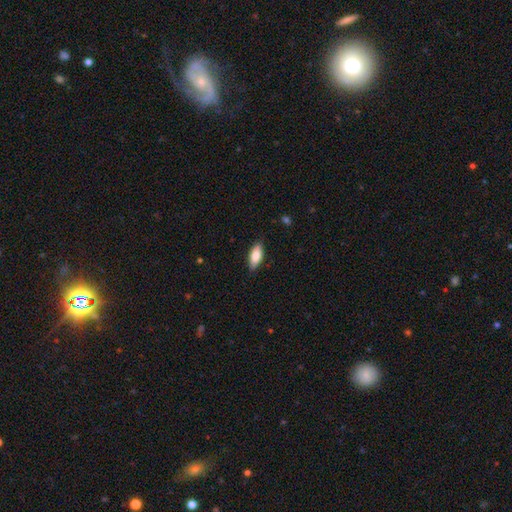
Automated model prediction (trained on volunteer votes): This is clearly a smooth galaxy (80%). How rounded: clearly in between (81%). Merging: clearly none (86%).